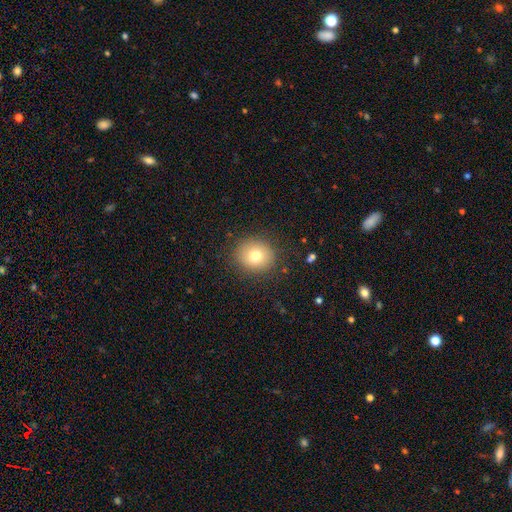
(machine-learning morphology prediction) Overall: smooth (76%). How rounded: round (82%). Merging: none (87%).